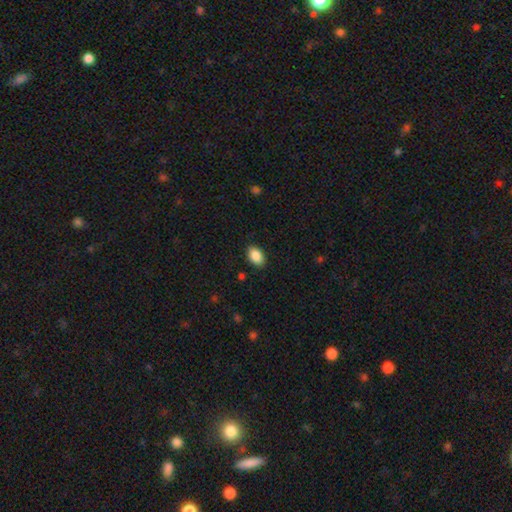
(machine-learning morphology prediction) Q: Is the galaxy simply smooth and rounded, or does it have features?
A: smooth — 89%.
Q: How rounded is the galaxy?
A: in between — 89%.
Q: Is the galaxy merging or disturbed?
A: none — 88%.